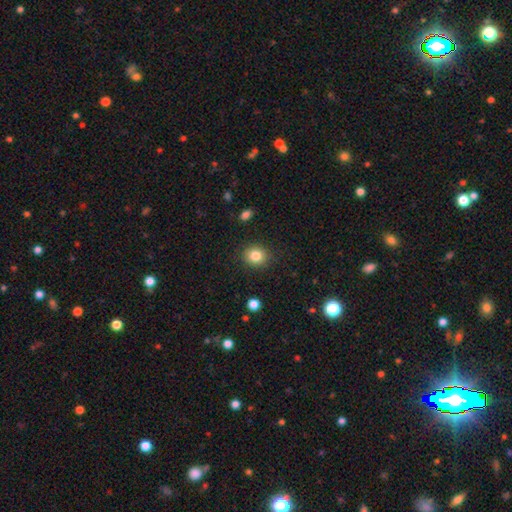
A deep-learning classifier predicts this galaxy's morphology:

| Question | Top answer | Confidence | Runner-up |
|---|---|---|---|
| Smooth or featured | smooth | 83% | star or artifact (10%) |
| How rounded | round | 77% | in between (22%) |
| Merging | none | 89% | minor disturbance (8%) |